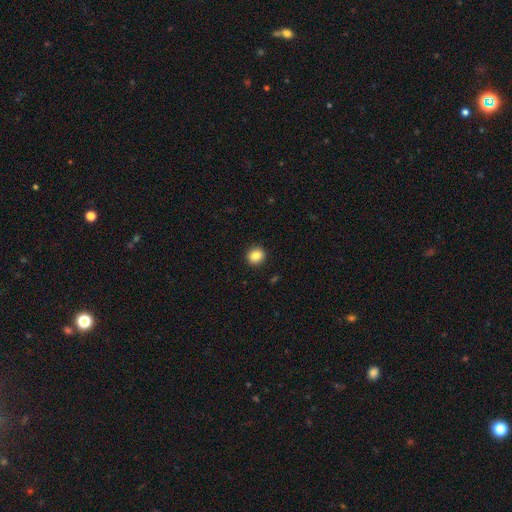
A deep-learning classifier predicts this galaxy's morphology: Smooth or featured? smooth (86%)
How rounded? round (86%)
Merging? none (92%)